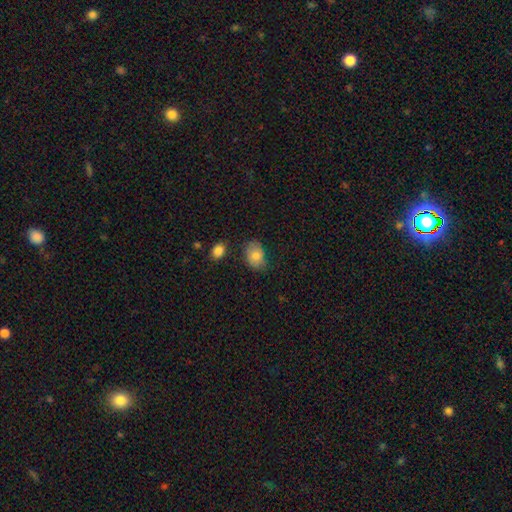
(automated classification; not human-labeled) This appears to be a smooth galaxy with no disk features (80%) that is in between round and cigar-shaped (72%). Merging: none (68%).